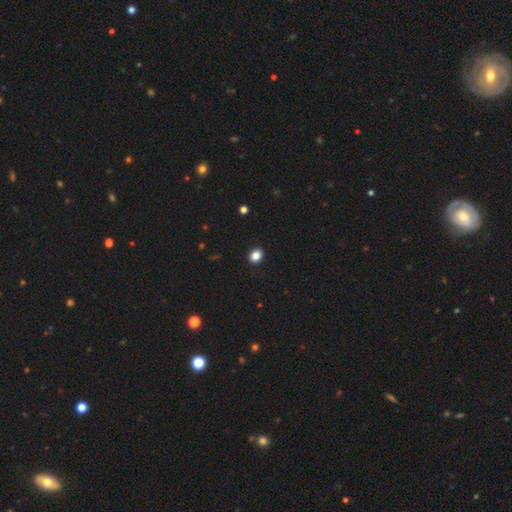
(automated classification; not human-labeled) A smooth galaxy with no disk features (87%) that is in between round and cigar-shaped (53%).

Vote fractions:
- Smooth or featured? smooth: 87% / star or artifact: 10% / featured or disk: 3%
- How rounded? in between: 53% / round: 46% / cigar-shaped: 1%
- Merging? none: 91% / minor disturbance: 6% / major disturbance: 2% / merger: 1%